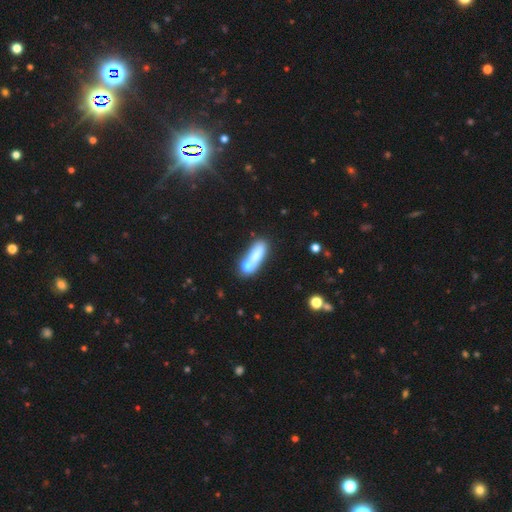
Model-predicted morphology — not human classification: This is likely a smooth galaxy (66%). How rounded: possibly cigar-shaped (49%). Merging: possibly merger (57%).